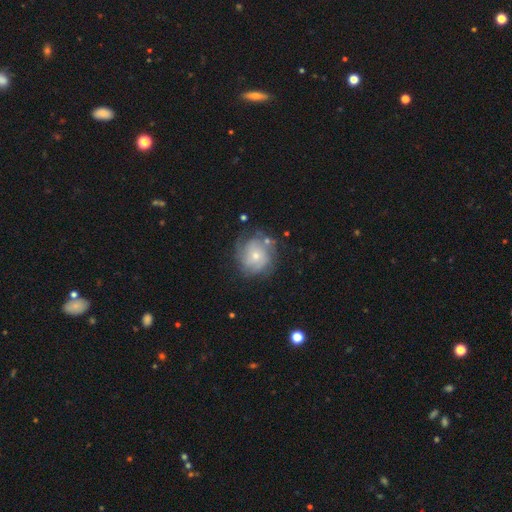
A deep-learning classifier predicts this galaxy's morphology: featured or disk 58%, smooth 33%, star or artifact 8%. Down the decision tree: edge-on disk — no (97%); bar — no (80%); spiral arms — yes (76%); bulge size — small (56%); merging — none (63%).